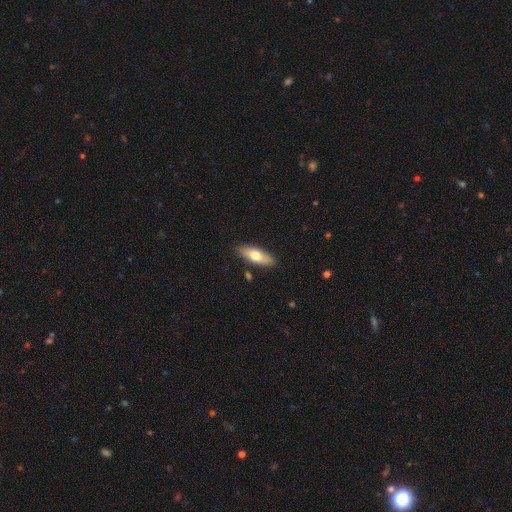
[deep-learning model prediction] Smooth or featured? smooth (68%)
How rounded? in between (72%)
Merging? none (86%)